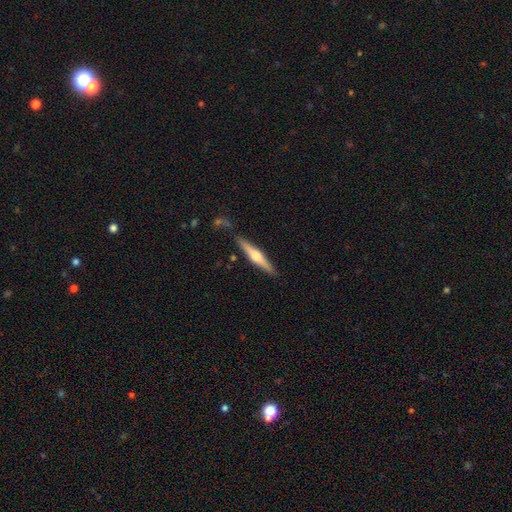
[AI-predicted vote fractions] Smooth or featured?
  - featured or disk: 64% *
  - smooth: 31%
  - star or artifact: 5%
Edge-on disk?
  - yes: 97% *
  - no: 3%
Edge-on bulge?
  - rounded: 91% *
  - boxy: 5%
  - none: 4%
Merging?
  - none: 83% *
  - minor disturbance: 11%
  - merger: 3%
  - major disturbance: 3%